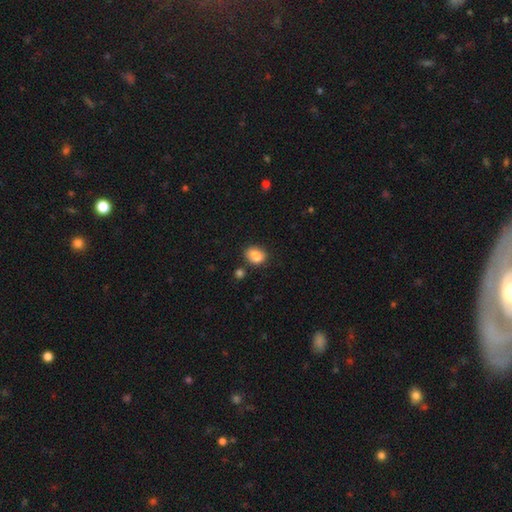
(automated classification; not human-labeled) Morphology: type=smooth (85%); roundness=in between (66%); merging=none (64%).